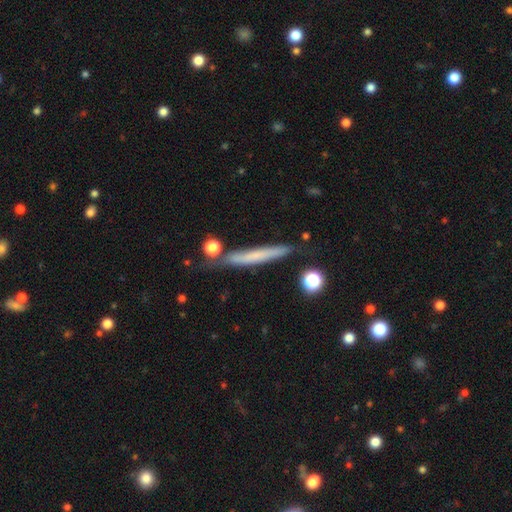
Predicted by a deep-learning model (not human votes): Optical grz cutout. It shows a smooth galaxy with no disk features (58%) that is cigar-shaped (95%). Merging: none (78%).